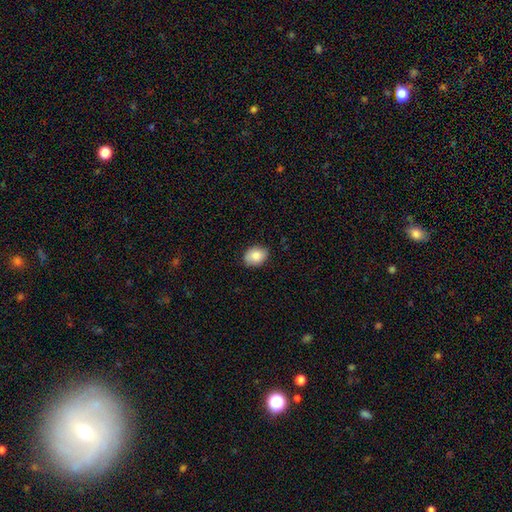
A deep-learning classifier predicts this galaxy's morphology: This is clearly a smooth galaxy (85%). How rounded: likely in between (67%). Merging: clearly none (83%).